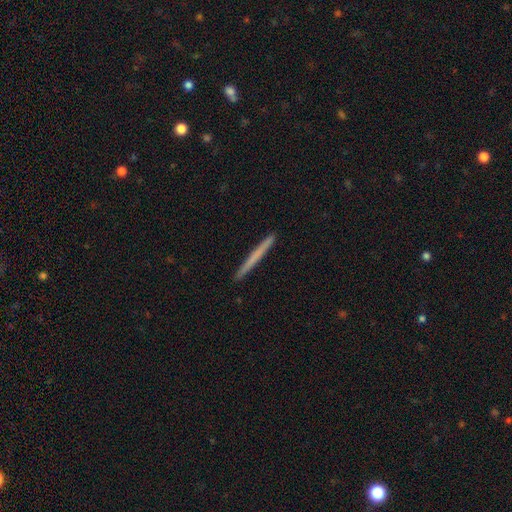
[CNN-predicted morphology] This appears to be a smooth galaxy with no disk features (60%) that is cigar-shaped (97%). Merging: none (93%).